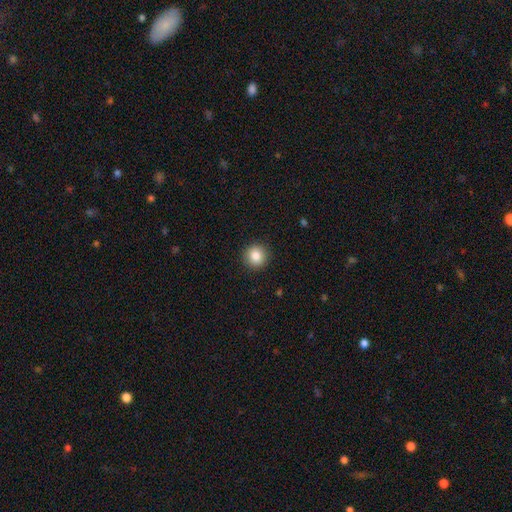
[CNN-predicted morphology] This is clearly a smooth galaxy (86%). How rounded: clearly round (94%). Merging: clearly none (92%).